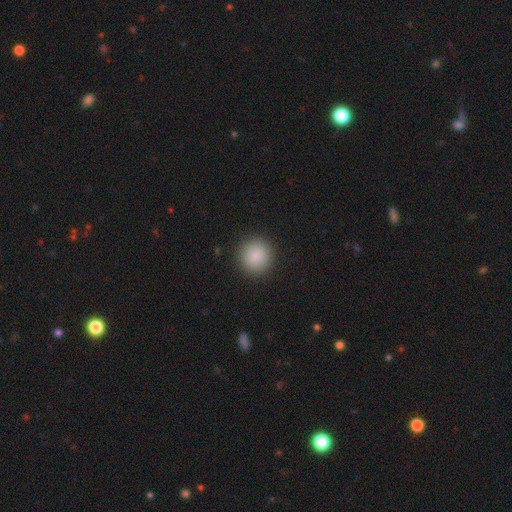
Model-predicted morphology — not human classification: A smooth galaxy with no disk features (86%) that is round (94%).

Vote fractions:
- Smooth or featured? smooth: 86% / star or artifact: 9% / featured or disk: 5%
- How rounded? round: 94% / in between: 5% / cigar-shaped: 1%
- Merging? none: 91% / minor disturbance: 6% / major disturbance: 2% / merger: 1%